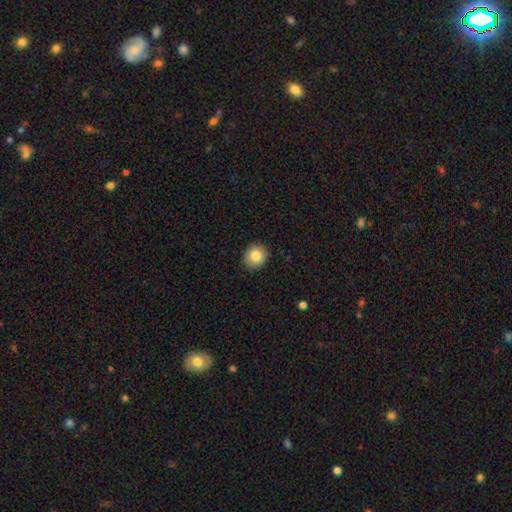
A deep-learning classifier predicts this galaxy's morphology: This appears to be a smooth galaxy with no disk features (83%) that is round (85%). Merging: none (90%).